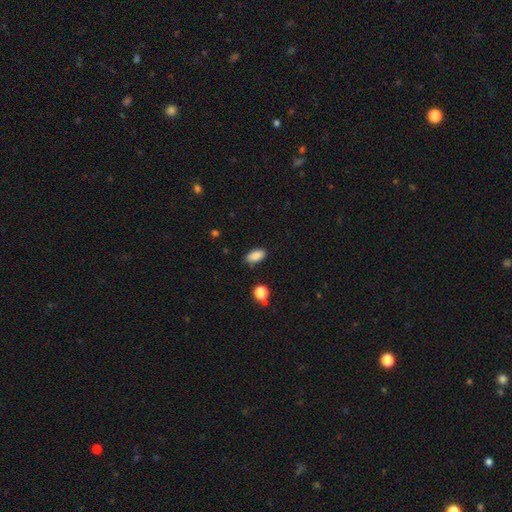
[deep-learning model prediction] A smooth galaxy with no disk features (87%) that is in between round and cigar-shaped (90%).

Vote fractions:
- Smooth or featured? smooth: 87% / star or artifact: 8% / featured or disk: 5%
- How rounded? in between: 90% / cigar-shaped: 6% / round: 4%
- Merging? none: 81% / minor disturbance: 14% / major disturbance: 3% / merger: 2%